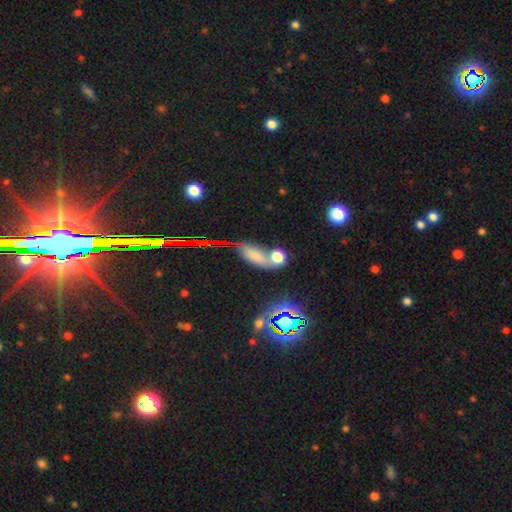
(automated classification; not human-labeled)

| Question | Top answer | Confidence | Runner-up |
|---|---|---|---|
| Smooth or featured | smooth | 63% | star or artifact (23%) |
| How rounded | in between | 72% | round (15%) |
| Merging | none | 45% | merger (32%) |